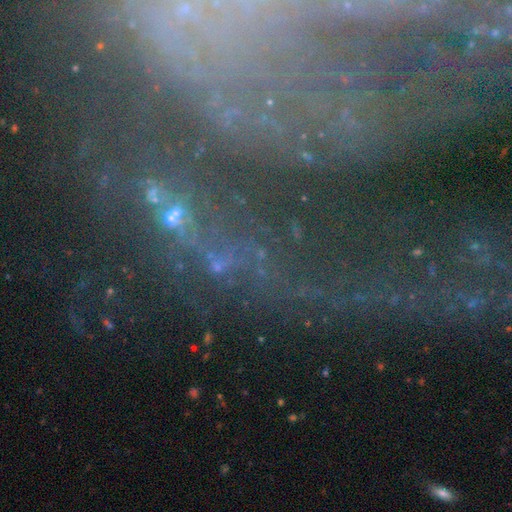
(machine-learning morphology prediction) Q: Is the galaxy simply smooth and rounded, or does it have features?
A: featured or disk — 43%, tied with star or artifact.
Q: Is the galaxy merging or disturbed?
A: none — 59%.